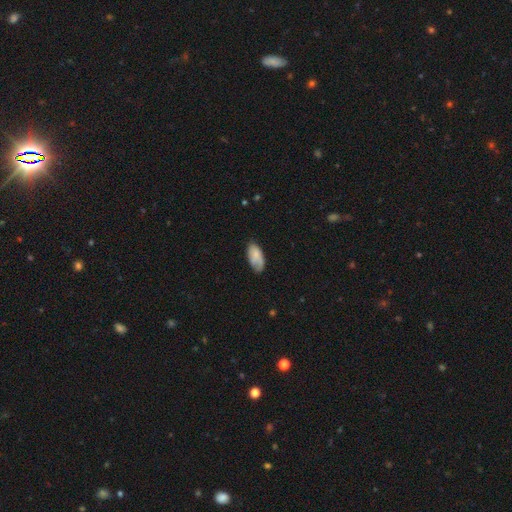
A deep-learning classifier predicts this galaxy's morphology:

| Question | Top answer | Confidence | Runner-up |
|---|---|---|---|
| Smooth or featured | smooth | 74% | featured or disk (19%) |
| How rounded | in between | 92% | cigar-shaped (5%) |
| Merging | none | 62% | minor disturbance (28%) |